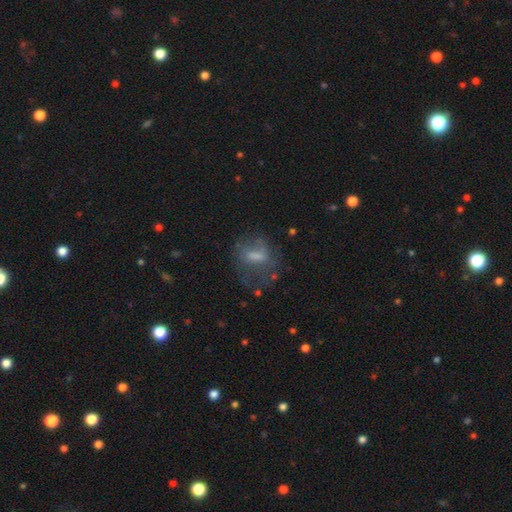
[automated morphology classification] Smooth or featured? Predicted: smooth (p=0.46). Merging? Predicted: none (p=0.49).